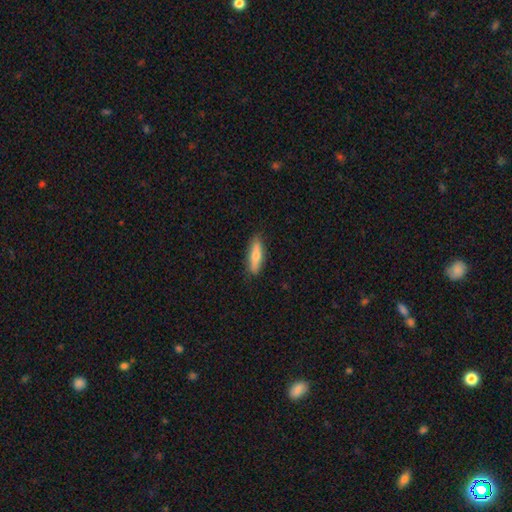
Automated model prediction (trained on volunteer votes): A smooth galaxy with no disk features (67%) that is cigar-shaped (65%). Merging: none (87%).